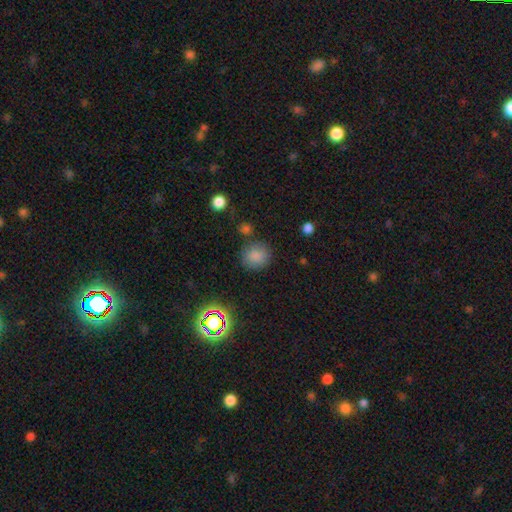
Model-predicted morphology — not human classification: This appears to be a smooth galaxy with no disk features (81%) that is round (86%). Merging: none (80%).